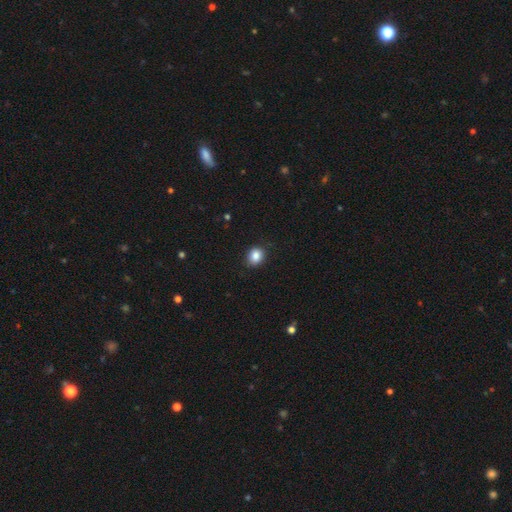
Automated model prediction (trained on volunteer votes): smooth-or-featured: smooth: 86% | star or artifact: 10% | featured or disk: 5%
  how-rounded: round: 62% | in between: 37% | cigar-shaped: 1%
  merging: none: 85% | minor disturbance: 11% | major disturbance: 2% | merger: 1%